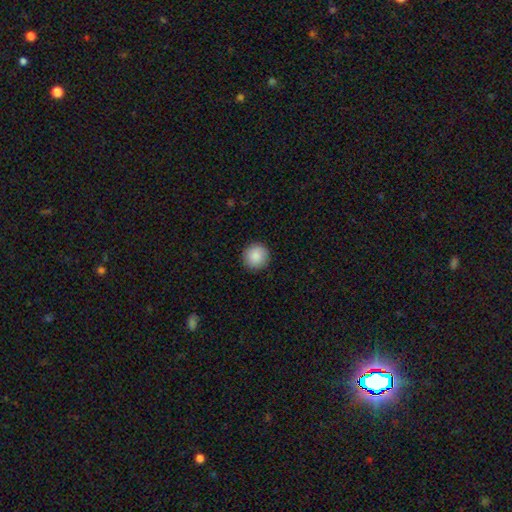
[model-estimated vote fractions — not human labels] A smooth galaxy with no disk features (89%) that is round (94%). Merging: none (91%).